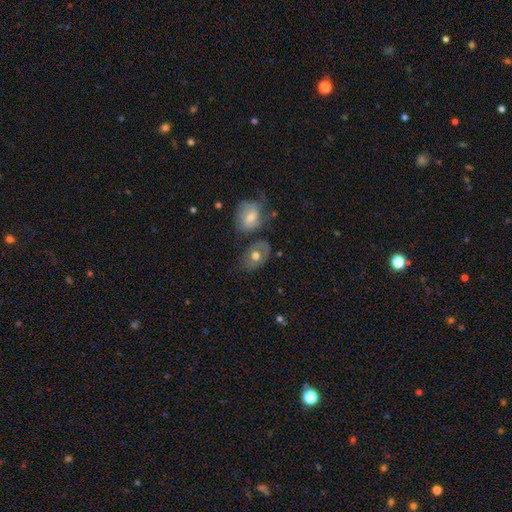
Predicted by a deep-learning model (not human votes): smooth 57%, featured or disk 35%, star or artifact 8%. Down the decision tree: how rounded — in between (74%); merging — none (59%).